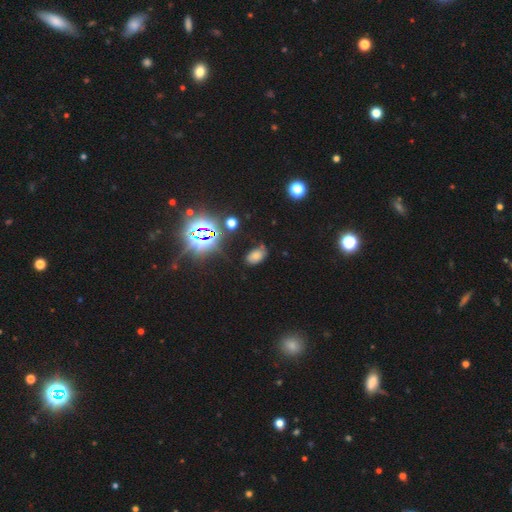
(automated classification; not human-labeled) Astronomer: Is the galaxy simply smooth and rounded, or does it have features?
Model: smooth — 57%.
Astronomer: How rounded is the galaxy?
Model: in between — 89%.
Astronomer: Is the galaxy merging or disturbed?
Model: none — 64%.